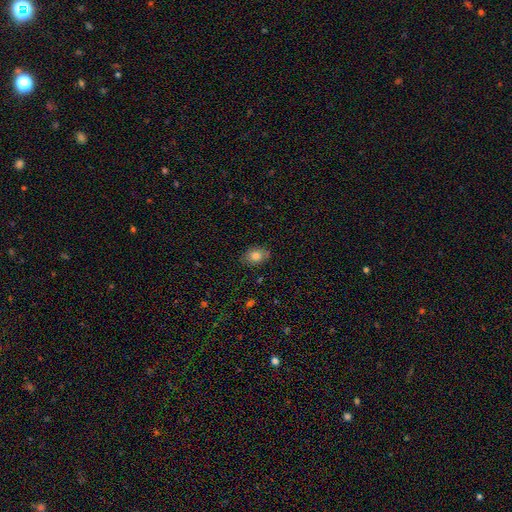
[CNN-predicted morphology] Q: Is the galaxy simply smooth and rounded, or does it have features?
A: smooth — 83%.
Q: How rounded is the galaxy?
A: in between — 78%.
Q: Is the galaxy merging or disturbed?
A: none — 80%.